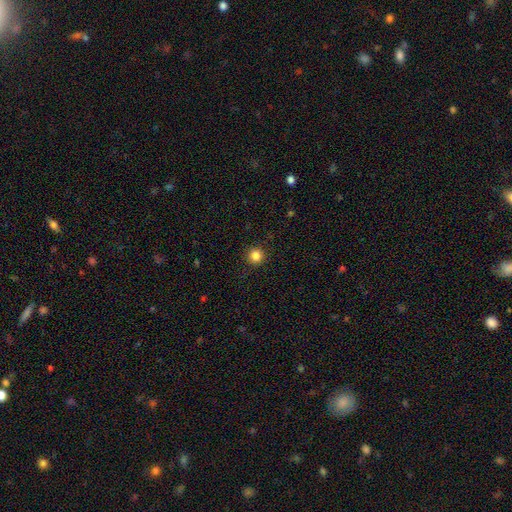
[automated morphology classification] The model was most divided on "smooth or featured": smooth: 85%, star or artifact: 12%, featured or disk: 4%. More confident: how rounded — round (95%); merging — none (91%).